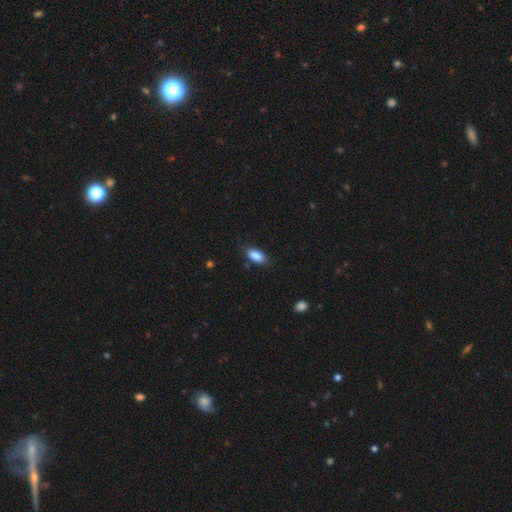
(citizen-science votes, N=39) Q: Smooth or featured?
A: smooth (85%); runner-up: featured or disk (10%)
Q: How rounded?
A: in between (91%); runner-up: cigar-shaped (6%)
Q: Merging?
A: none (84%); runner-up: minor disturbance (11%)